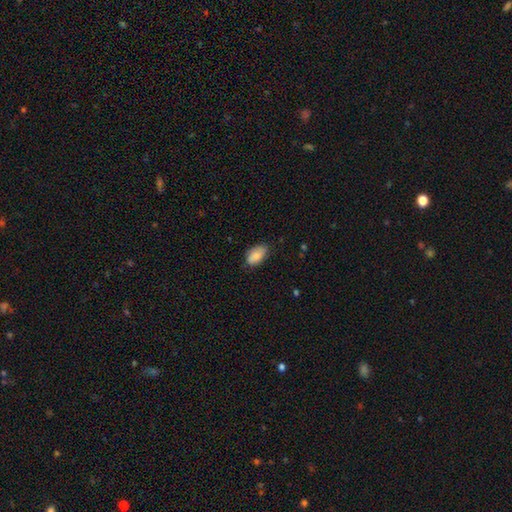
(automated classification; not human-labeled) Q: Smooth or featured?
A: smooth (85%); runner-up: featured or disk (8%)
Q: How rounded?
A: in between (93%); runner-up: round (5%)
Q: Merging?
A: none (73%); runner-up: minor disturbance (22%)